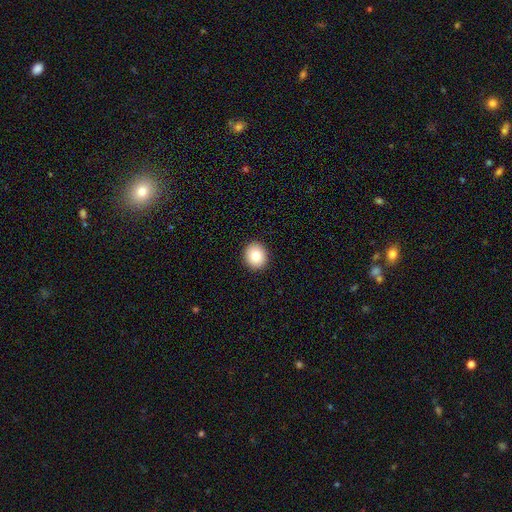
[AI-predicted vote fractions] A smooth galaxy with no disk features (82%) that is round (78%).

Vote fractions:
- Smooth or featured? smooth: 82% / featured or disk: 9% / star or artifact: 9%
- How rounded? round: 78% / in between: 21% / cigar-shaped: 1%
- Merging? none: 92% / minor disturbance: 5% / major disturbance: 2% / merger: 1%